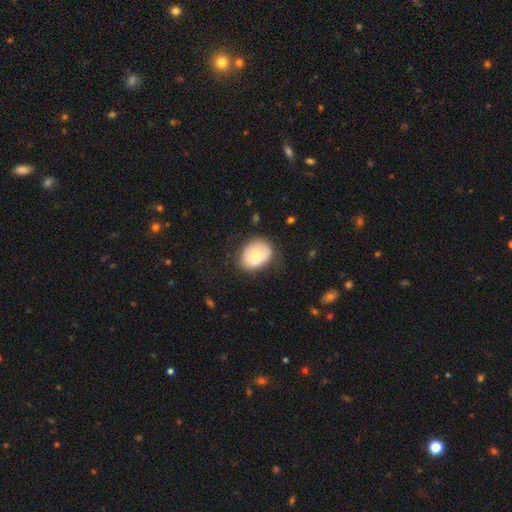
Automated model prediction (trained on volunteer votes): This is likely a smooth galaxy (68%). How rounded: likely in between (66%). Merging: likely none (69%).